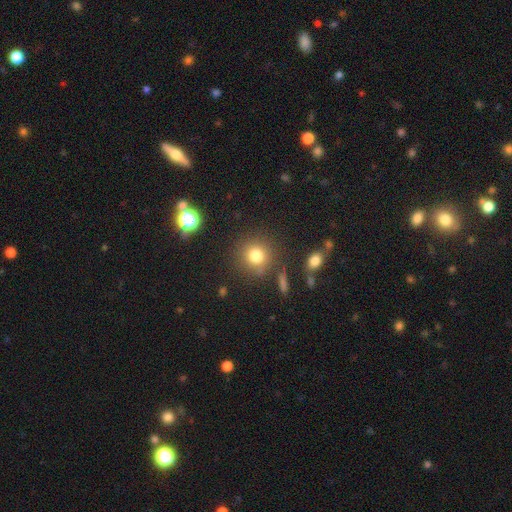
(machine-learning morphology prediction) Smooth or featured?
  - smooth: 80% *
  - star or artifact: 13%
  - featured or disk: 7%
How rounded?
  - round: 89% *
  - in between: 9%
  - cigar-shaped: 1%
Merging?
  - none: 81% *
  - minor disturbance: 9%
  - merger: 5%
  - major disturbance: 4%